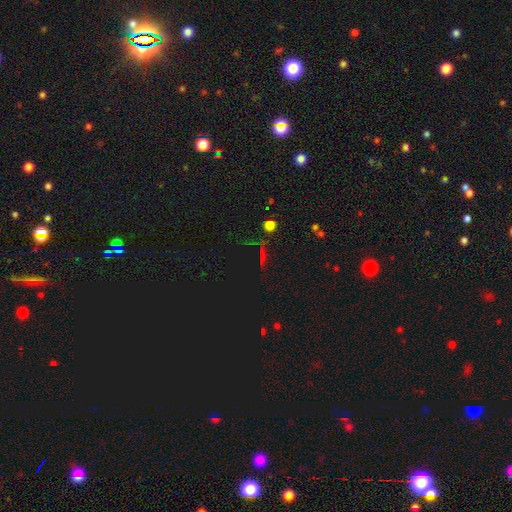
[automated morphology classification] Q: Smooth or featured?
A: star or artifact (62%); runner-up: smooth (20%)